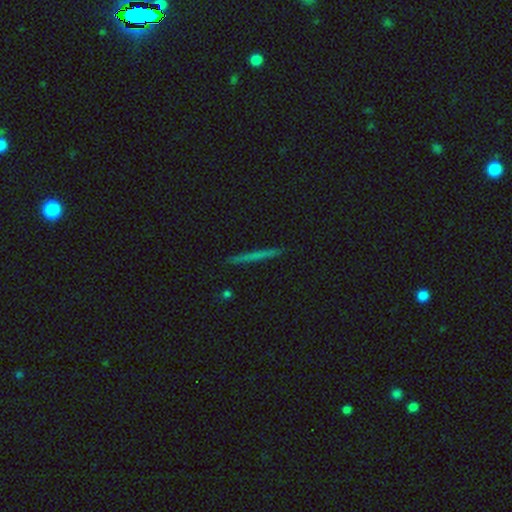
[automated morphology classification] Smooth or featured: smooth — 47% (featured or disk — 39%)
Merging: none — 92% (minor disturbance — 6%)